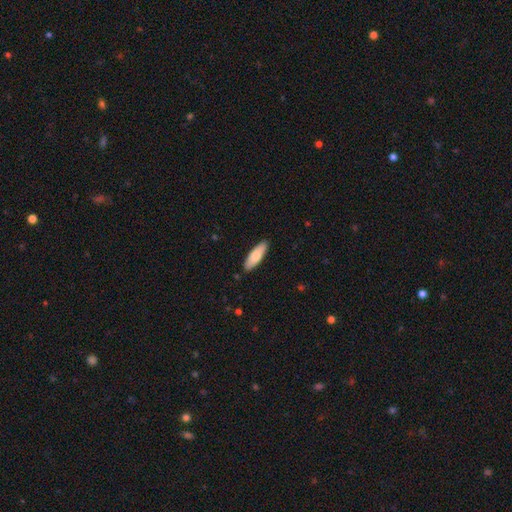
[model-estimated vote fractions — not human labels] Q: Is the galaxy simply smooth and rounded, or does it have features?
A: smooth — 76%.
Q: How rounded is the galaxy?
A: in between — 56%.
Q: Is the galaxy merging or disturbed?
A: none — 89%.